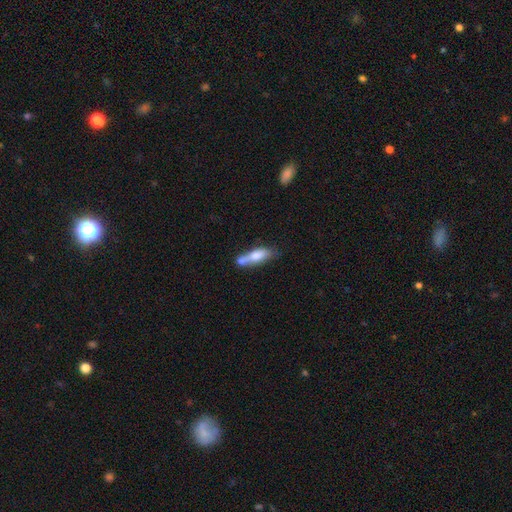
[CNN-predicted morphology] smooth-or-featured: smooth: 64% | featured or disk: 28% | star or artifact: 7%
  how-rounded: cigar-shaped: 56% | in between: 42% | round: 3%
  merging: none: 39% | merger: 34% | minor disturbance: 20% | major disturbance: 8%